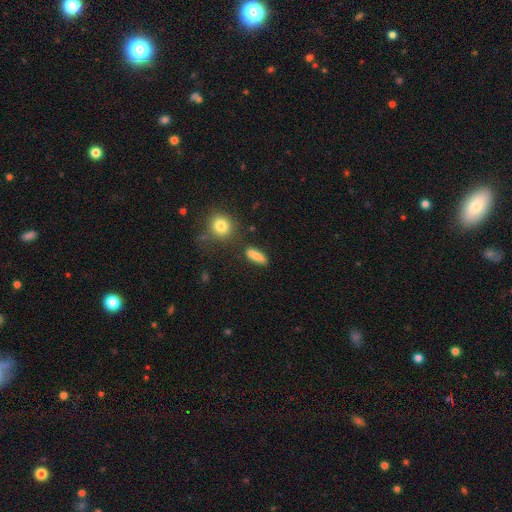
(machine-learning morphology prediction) The model was most divided on "how rounded": cigar-shaped: 52%, in between: 41%, round: 7%. More confident: smooth or featured — smooth (78%); merging — none (73%).